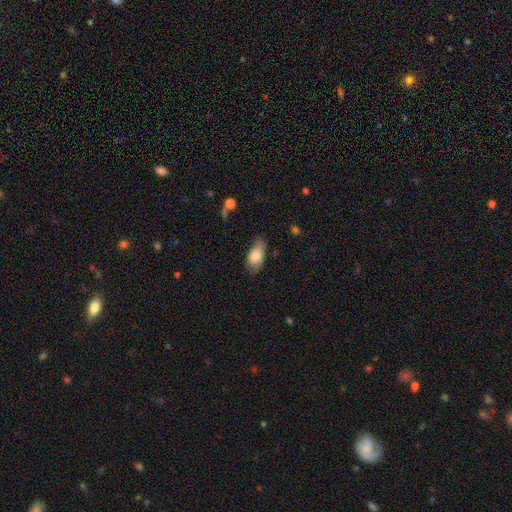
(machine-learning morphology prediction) The model was most divided on "merging": none: 69%, minor disturbance: 24%, major disturbance: 5%, merger: 2%. More confident: how rounded — in between (91%); smooth or featured — smooth (80%).